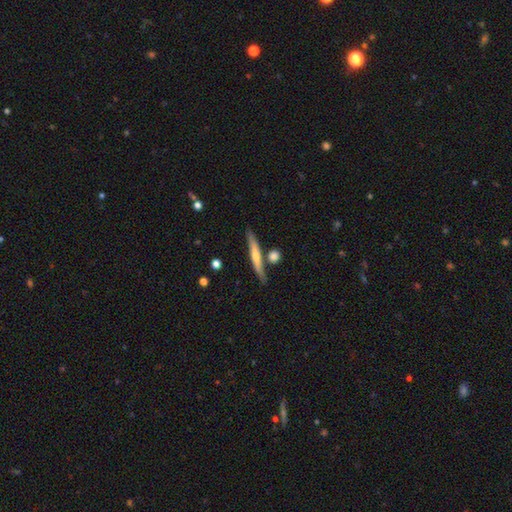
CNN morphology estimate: featured or disk 57%, smooth 37%, star or artifact 6%. Down the decision tree: edge-on disk — yes (94%); edge-on bulge — rounded (67%); merging — none (79%).